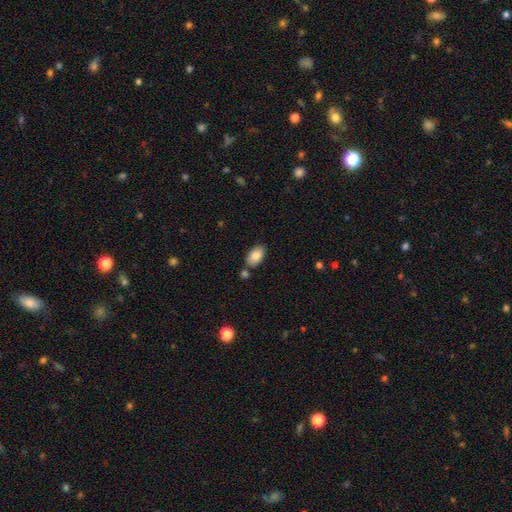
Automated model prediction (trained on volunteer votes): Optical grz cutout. It shows a smooth galaxy with no disk features (85%) that is in between round and cigar-shaped (93%). Merging: none (77%).